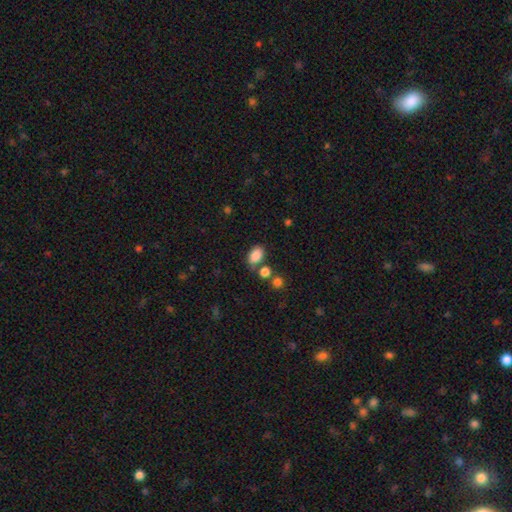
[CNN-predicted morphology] This appears to be a smooth galaxy with no disk features (86%) that is in between round and cigar-shaped (87%). Merging: none (66%).